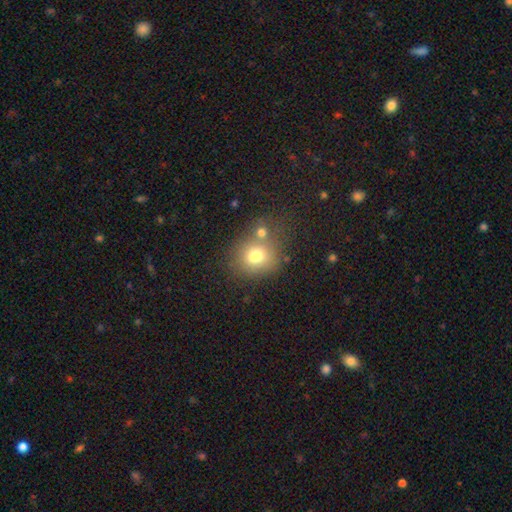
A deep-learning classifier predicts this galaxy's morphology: Overall: smooth (73%). How rounded: round (66%; in between 33%). Merging: none (50%; merger 32%).